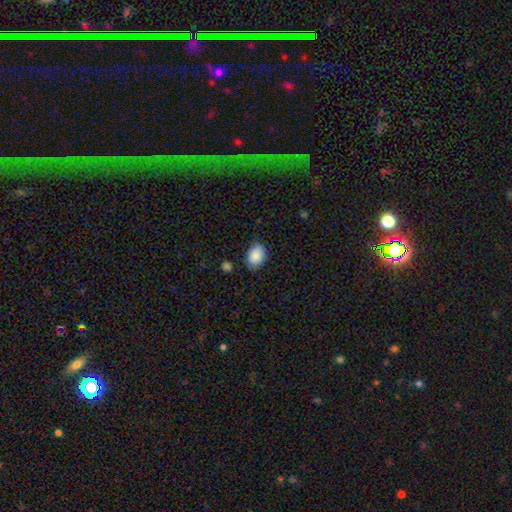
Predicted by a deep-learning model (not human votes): smooth_or_featured: smooth (p=0.88) [alt: star or artifact p=0.07]
how_rounded: in between (p=0.84) [alt: round p=0.15]
merging: none (p=0.80) [alt: minor disturbance p=0.15]